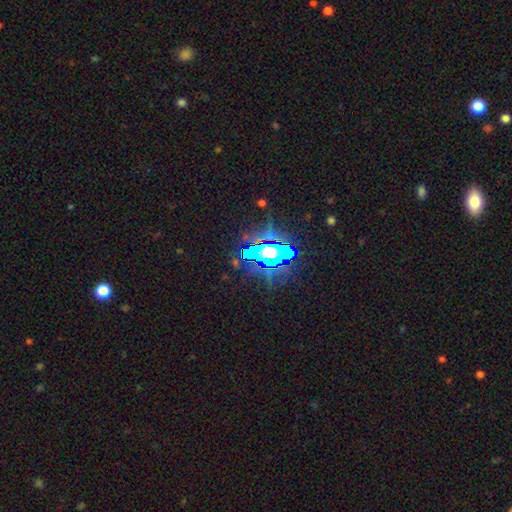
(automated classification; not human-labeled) This appears to be a star or artifact, not a galaxy (66%).